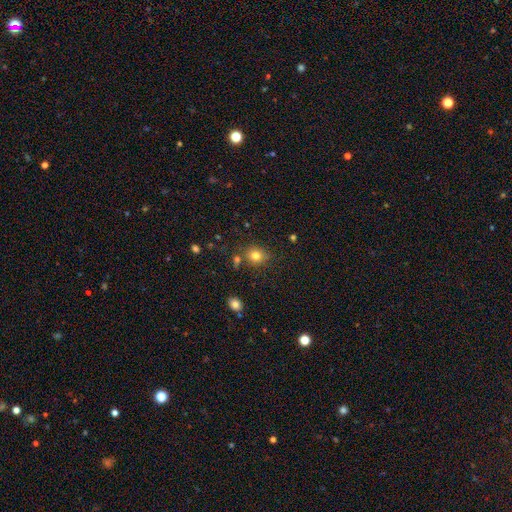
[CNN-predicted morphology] This appears to be a smooth galaxy with no disk features (79%) that is round (66%). Merging: none (74%).